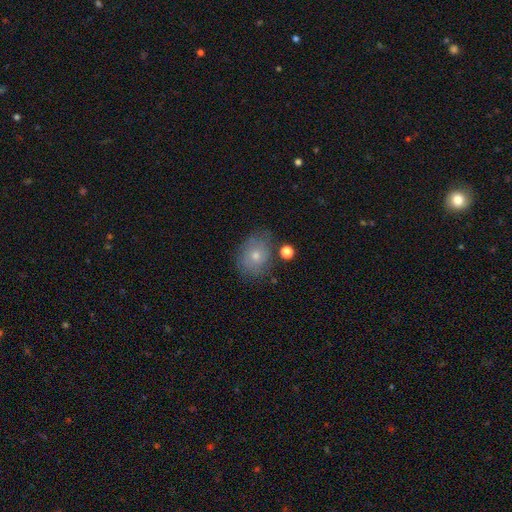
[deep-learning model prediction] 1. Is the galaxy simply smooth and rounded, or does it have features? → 55% smooth, 29% featured or disk, 16% star or artifact.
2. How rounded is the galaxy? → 54% round, 45% in between, 1% cigar-shaped.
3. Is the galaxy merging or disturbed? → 74% none, 17% minor disturbance, 5% major disturbance, 4% merger.